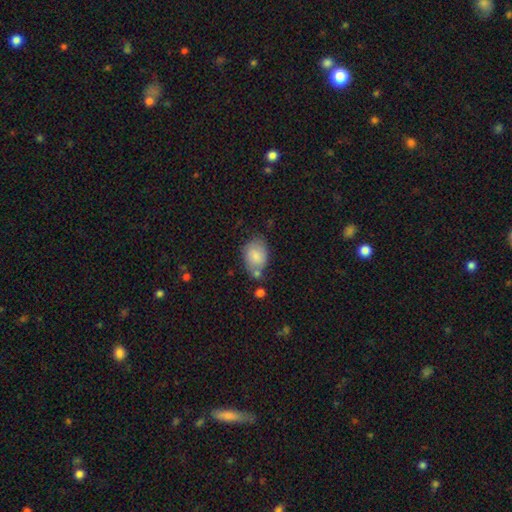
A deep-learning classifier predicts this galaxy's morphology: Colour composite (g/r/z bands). It shows a smooth galaxy with no disk features (80%) that is in between round and cigar-shaped (73%). Merging: none (54%).